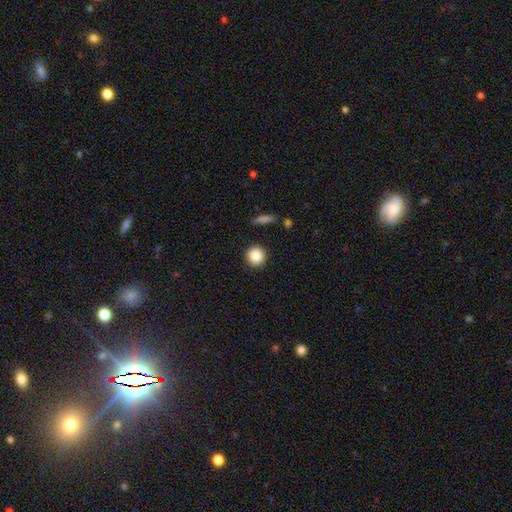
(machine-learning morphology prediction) Smooth or featured? smooth (86%)
How rounded? round (93%)
Merging? none (91%)